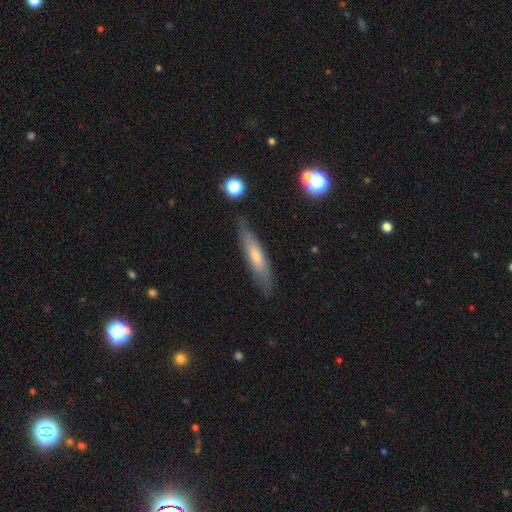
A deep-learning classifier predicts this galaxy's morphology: The model was most divided on "smooth or featured": smooth: 50%, featured or disk: 42%, star or artifact: 8%. More confident: merging — none (81%); how rounded — cigar-shaped (80%).